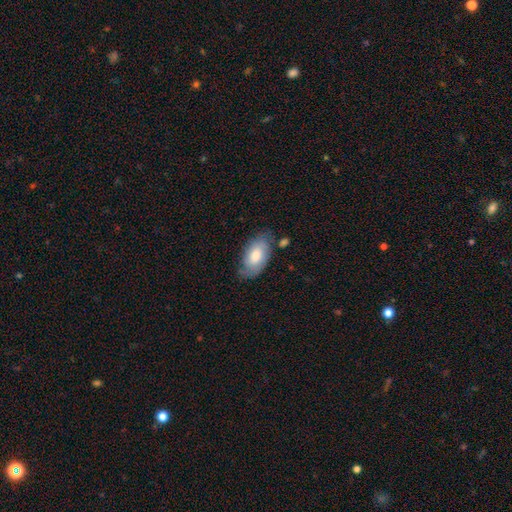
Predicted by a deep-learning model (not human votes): Smooth or featured? Predicted: smooth (p=0.70). How rounded? Predicted: in between (p=0.94). Merging? Predicted: none (p=0.65).